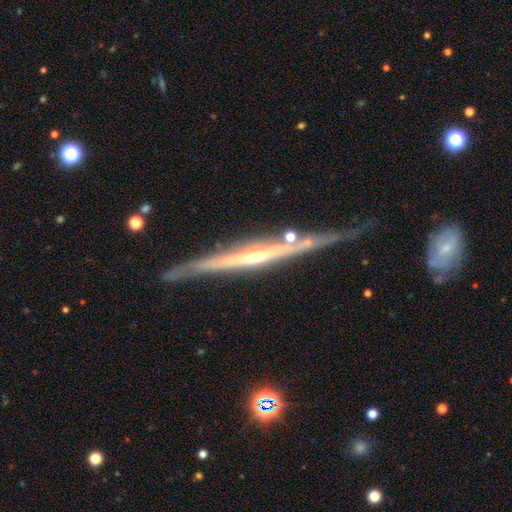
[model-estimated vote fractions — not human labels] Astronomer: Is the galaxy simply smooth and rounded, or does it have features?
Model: featured or disk — 85%.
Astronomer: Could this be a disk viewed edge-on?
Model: yes — 95%.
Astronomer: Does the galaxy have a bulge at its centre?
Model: rounded — 61%.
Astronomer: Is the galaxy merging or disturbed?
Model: none — 72%.